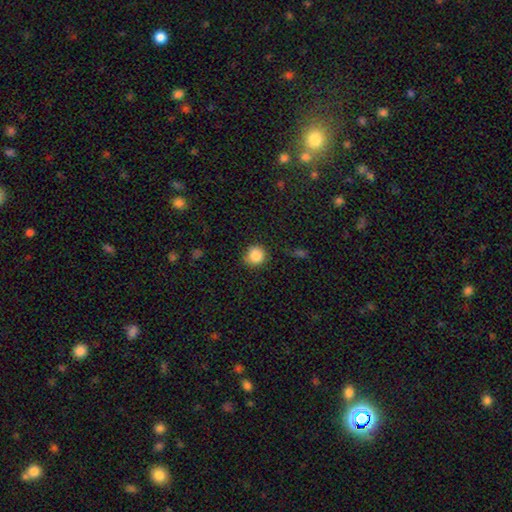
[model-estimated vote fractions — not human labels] Smooth or featured? smooth (86%)
How rounded? round (91%)
Merging? none (80%)